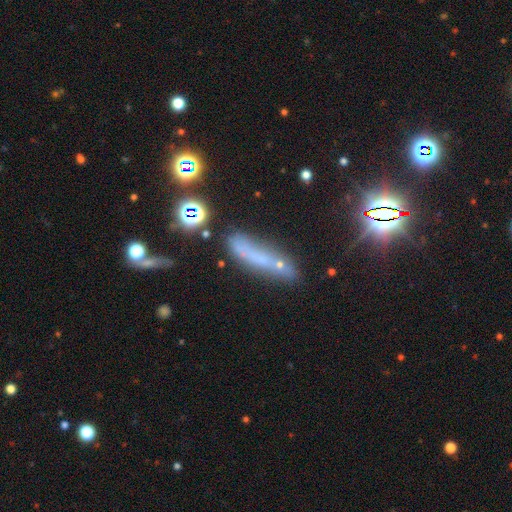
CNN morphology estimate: This is possibly a smooth galaxy (45%). Merging: possibly none (49%).